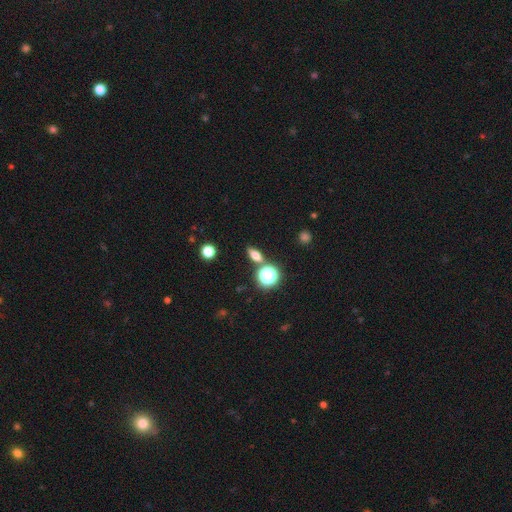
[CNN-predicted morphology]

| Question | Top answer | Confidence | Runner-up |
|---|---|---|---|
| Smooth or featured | smooth | 62% | star or artifact (19%) |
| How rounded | in between | 60% | round (21%) |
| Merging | none | 78% | minor disturbance (10%) |